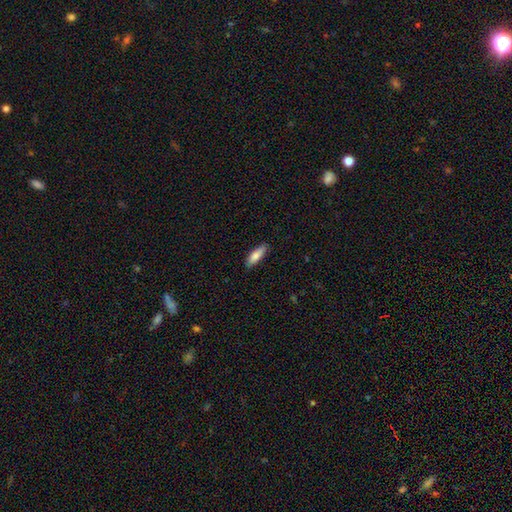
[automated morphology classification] Smooth or featured? Predicted: smooth (p=0.81). How rounded? Predicted: in between (p=0.54). Merging? Predicted: none (p=0.83).